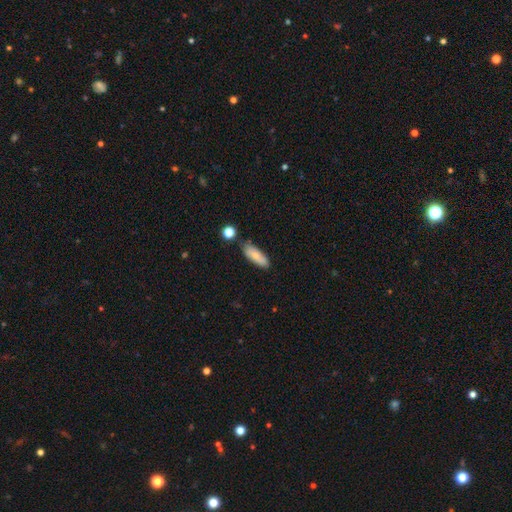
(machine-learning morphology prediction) The model was most divided on "how rounded": in between: 68%, cigar-shaped: 29%, round: 2%. More confident: smooth or featured — smooth (75%); merging — none (74%).